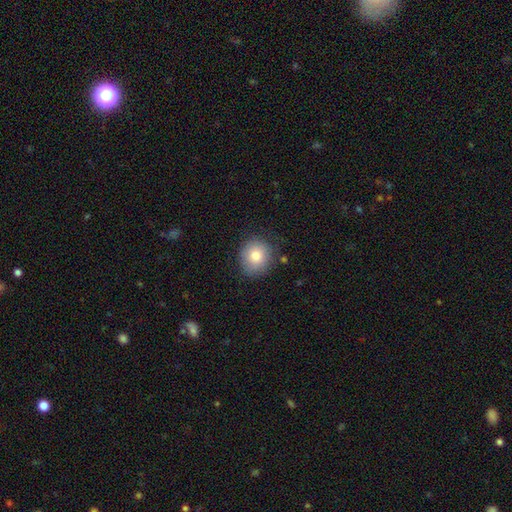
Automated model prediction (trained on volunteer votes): The model was most divided on "smooth or featured": smooth: 79%, featured or disk: 12%, star or artifact: 10%. More confident: how rounded — round (84%); merging — none (82%).